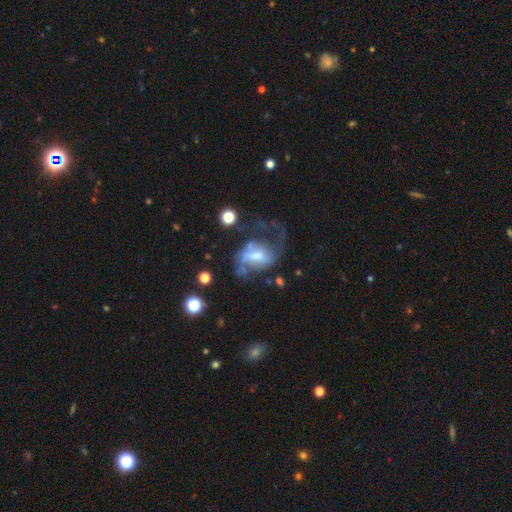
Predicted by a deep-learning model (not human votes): featured or disk 65%, smooth 25%, star or artifact 10%. Down the decision tree: edge-on disk — no (96%); bar — weak (45%); spiral arms — yes (74%); bulge size — moderate (39%); merging — major disturbance (50%).